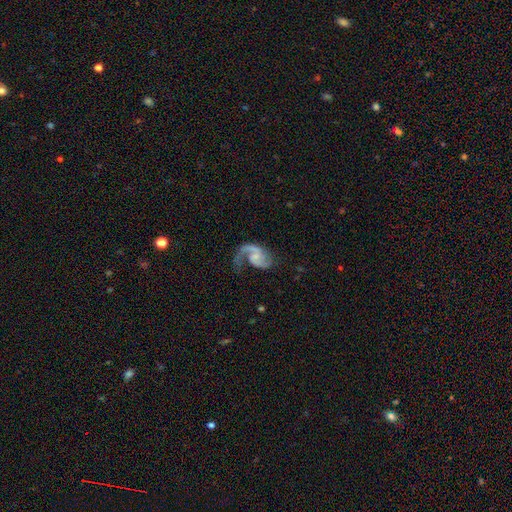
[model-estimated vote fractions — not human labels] The model was most divided on "spiral winding": medium: 46%, loose: 44%, tight: 9%. Remaining: edge-on disk — no (98%); spiral arms — yes (97%); smooth or featured — featured or disk (89%); spiral arm count — 2 (79%); merging — none (55%); bar — no (51%); bulge size — small (48%).